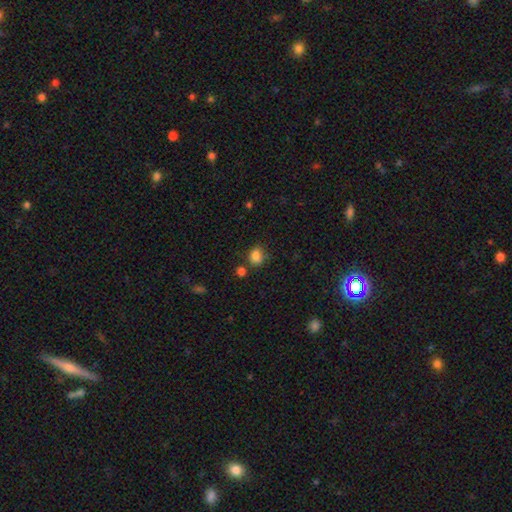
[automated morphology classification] This appears to be a smooth galaxy with no disk features (84%) that is in between round and cigar-shaped (50%). Merging: none (66%).